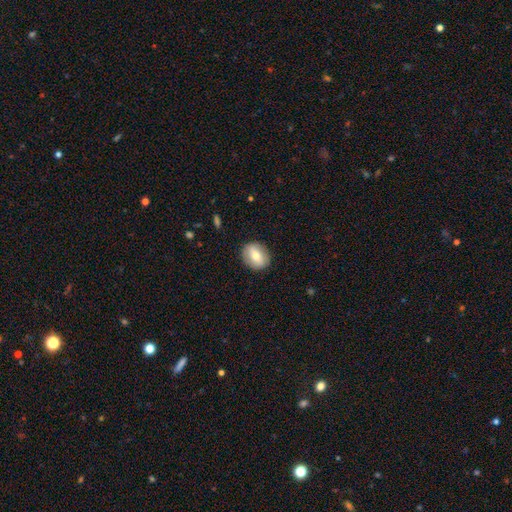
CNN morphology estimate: type=smooth (65%); roundness=round (53%); merging=none (86%).